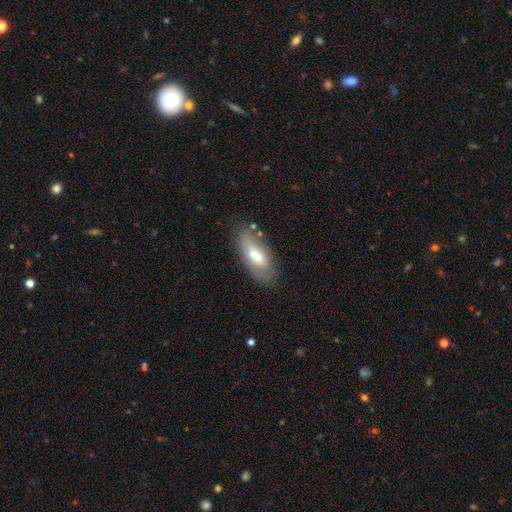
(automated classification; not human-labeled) Smooth or featured: smooth — 67% (featured or disk — 25%)
How rounded: in between — 78% (cigar-shaped — 19%)
Merging: none — 67% (minor disturbance — 21%)